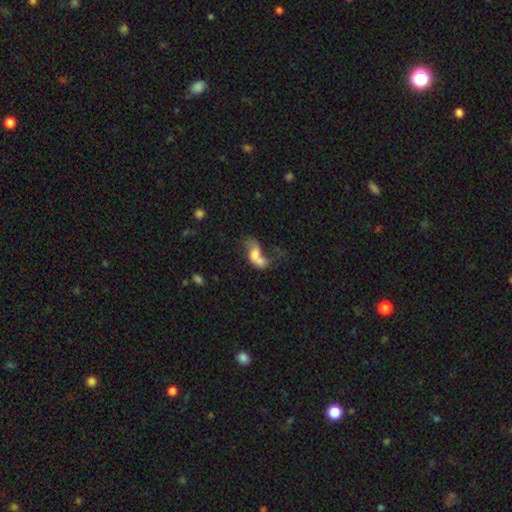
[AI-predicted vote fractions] Overall: smooth (51%; featured or disk 38%). How rounded: in between (81%). Merging: merger (56%; major disturbance 20%).